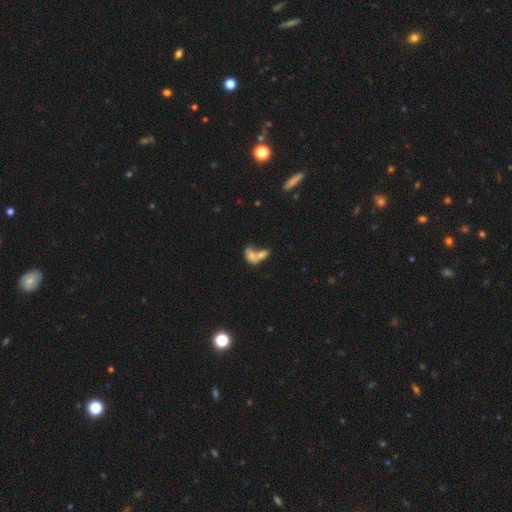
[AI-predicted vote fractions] Overall: smooth (68%). How rounded: in between (83%). Merging: merger (71%).